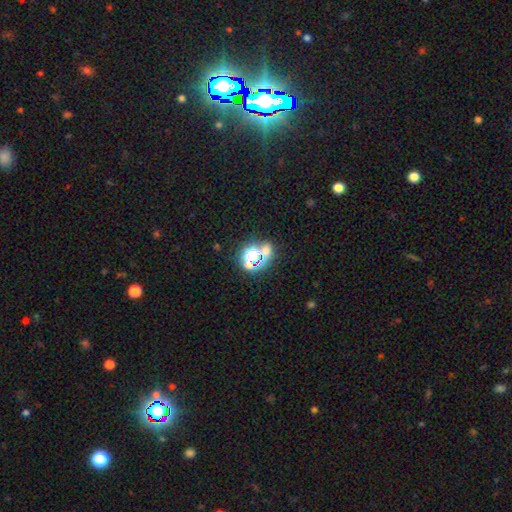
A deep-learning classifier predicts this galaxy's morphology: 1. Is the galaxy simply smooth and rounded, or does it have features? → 57% star or artifact, 32% smooth, 11% featured or disk.